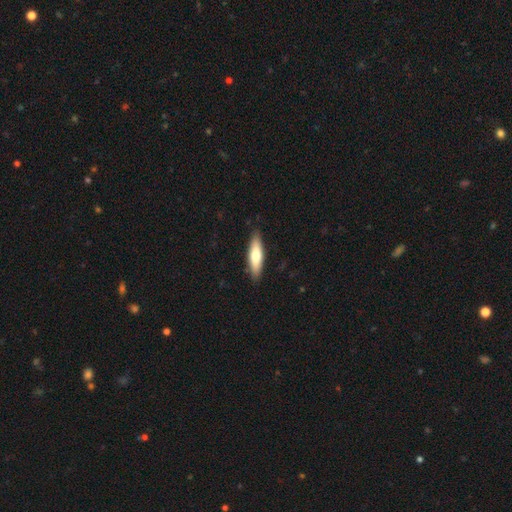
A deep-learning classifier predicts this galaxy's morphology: Smooth or featured? Predicted: smooth (p=0.68). How rounded? Predicted: cigar-shaped (p=0.64). Merging? Predicted: none (p=0.87).